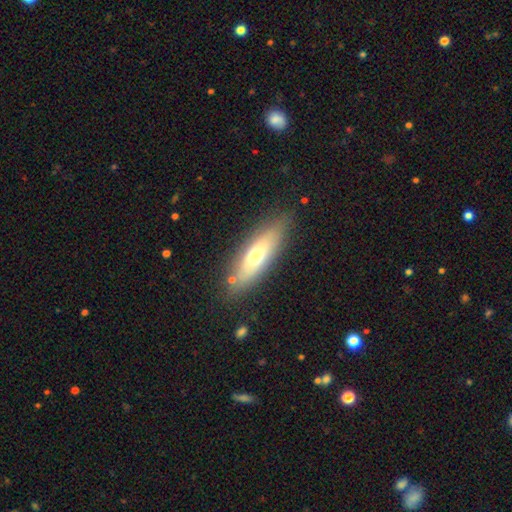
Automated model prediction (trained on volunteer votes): The model was most divided on "how rounded": cigar-shaped: 51%, in between: 47%, round: 2%. More confident: merging — none (82%); smooth or featured — smooth (59%).